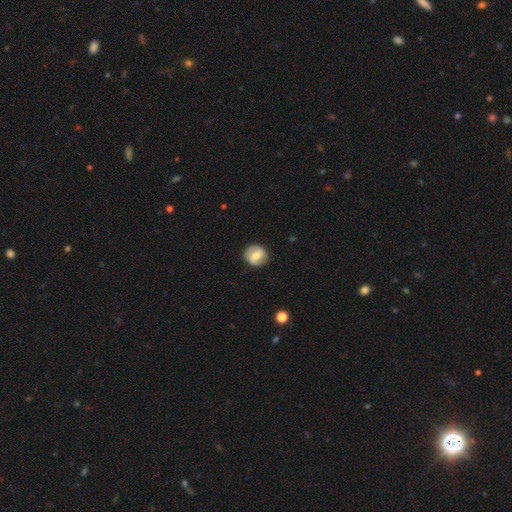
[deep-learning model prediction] Overall: smooth (57%; featured or disk 36%). How rounded: round (82%). Merging: none (85%).